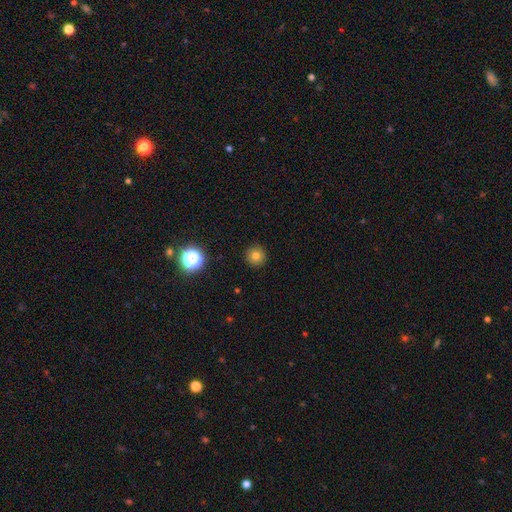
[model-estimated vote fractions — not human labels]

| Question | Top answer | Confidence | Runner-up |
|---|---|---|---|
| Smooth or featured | smooth | 78% | star or artifact (15%) |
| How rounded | round | 95% | in between (4%) |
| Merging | none | 92% | minor disturbance (5%) |